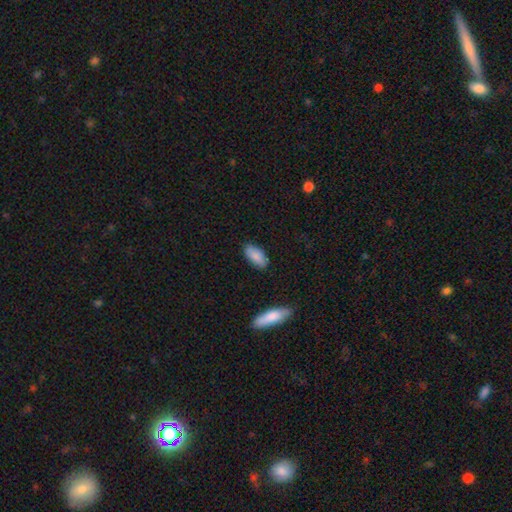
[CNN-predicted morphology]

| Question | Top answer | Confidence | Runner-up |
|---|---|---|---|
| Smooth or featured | smooth | 86% | featured or disk (8%) |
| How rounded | in between | 89% | cigar-shaped (9%) |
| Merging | none | 84% | minor disturbance (12%) |